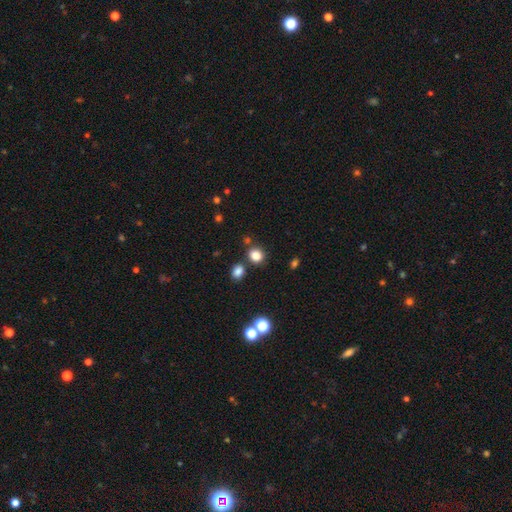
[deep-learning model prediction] A smooth galaxy with no disk features (82%) that is round (75%).

Vote fractions:
- Smooth or featured? smooth: 82% / star or artifact: 13% / featured or disk: 4%
- How rounded? round: 75% / in between: 24% / cigar-shaped: 1%
- Merging? none: 75% / merger: 12% / minor disturbance: 9% / major disturbance: 3%